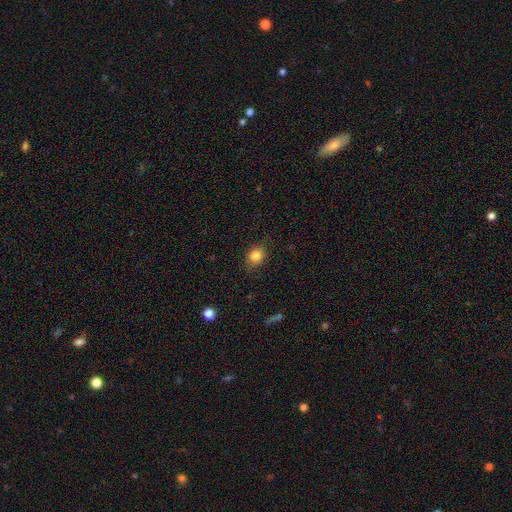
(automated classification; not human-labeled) smooth_or_featured: smooth (p=0.83) [alt: star or artifact p=0.10]
how_rounded: round (p=0.60) [alt: in between p=0.39]
merging: none (p=0.83) [alt: minor disturbance p=0.13]